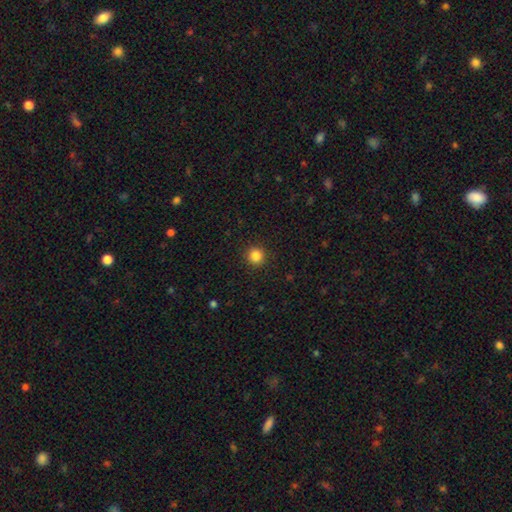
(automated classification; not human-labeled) The model was most divided on "smooth or featured": smooth: 85%, star or artifact: 11%, featured or disk: 4%. More confident: how rounded — round (93%); merging — none (92%).